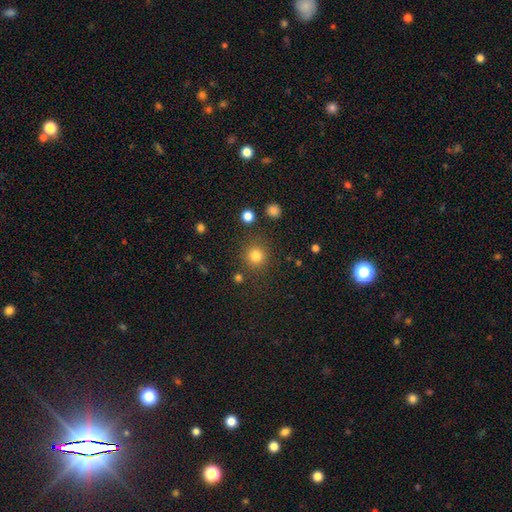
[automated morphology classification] A smooth galaxy with no disk features (82%) that is round (93%).

Vote fractions:
- Smooth or featured? smooth: 82% / star or artifact: 13% / featured or disk: 5%
- How rounded? round: 93% / in between: 6% / cigar-shaped: 1%
- Merging? none: 85% / minor disturbance: 8% / merger: 4% / major disturbance: 3%